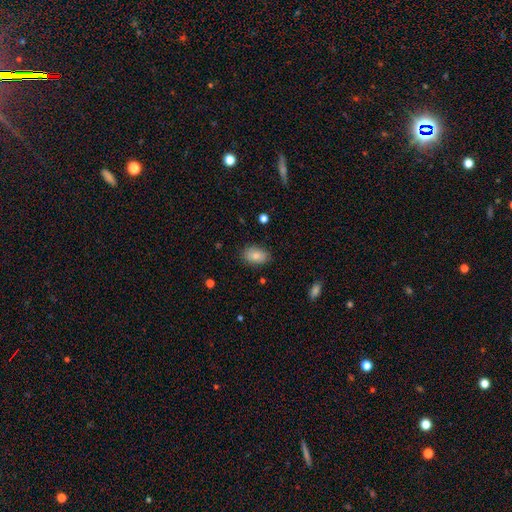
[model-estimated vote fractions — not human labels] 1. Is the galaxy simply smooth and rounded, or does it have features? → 81% smooth, 11% featured or disk, 7% star or artifact.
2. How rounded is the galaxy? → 88% in between, 11% round, 1% cigar-shaped.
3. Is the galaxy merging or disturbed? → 83% none, 13% minor disturbance, 3% major disturbance, 1% merger.